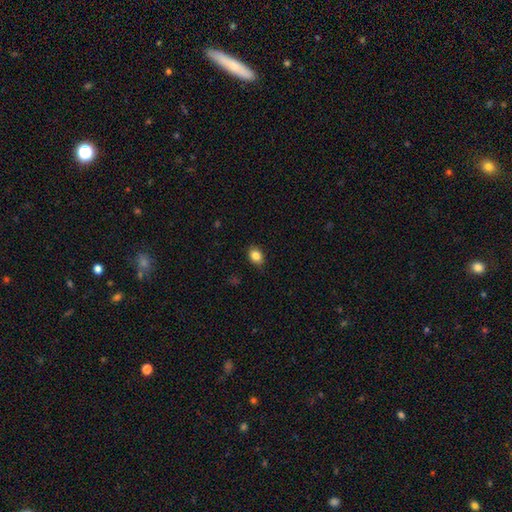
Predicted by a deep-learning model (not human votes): smooth-or-featured: smooth: 85% | star or artifact: 9% | featured or disk: 6%
  how-rounded: in between: 76% | round: 23% | cigar-shaped: 1%
  merging: none: 84% | minor disturbance: 12% | major disturbance: 2% | merger: 1%